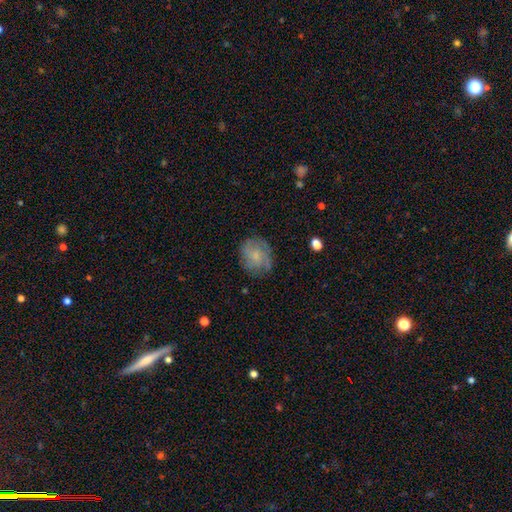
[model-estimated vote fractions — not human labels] Morphology: type=smooth (49%); merging=none (69%).